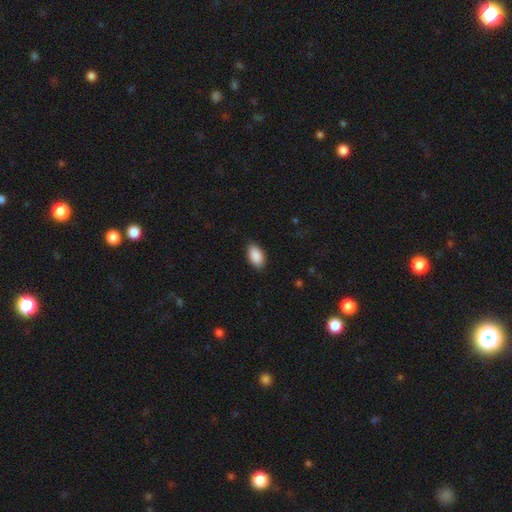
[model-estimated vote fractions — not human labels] Overall: smooth (90%). How rounded: in between (94%). Merging: none (85%).